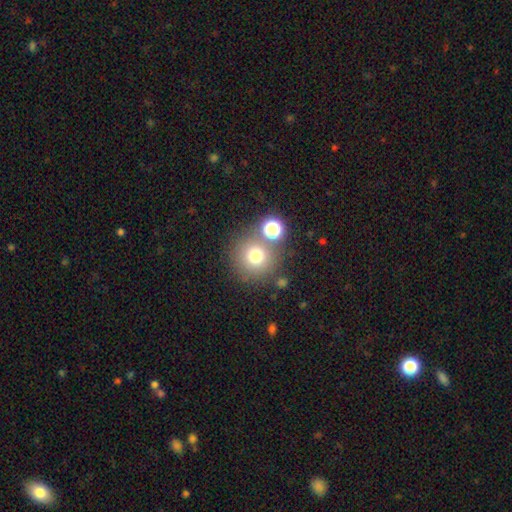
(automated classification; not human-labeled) smooth_or_featured: smooth (p=0.71) [alt: star or artifact p=0.17]
how_rounded: round (p=0.94) [alt: in between p=0.05]
merging: none (p=0.74) [alt: merger p=0.12]